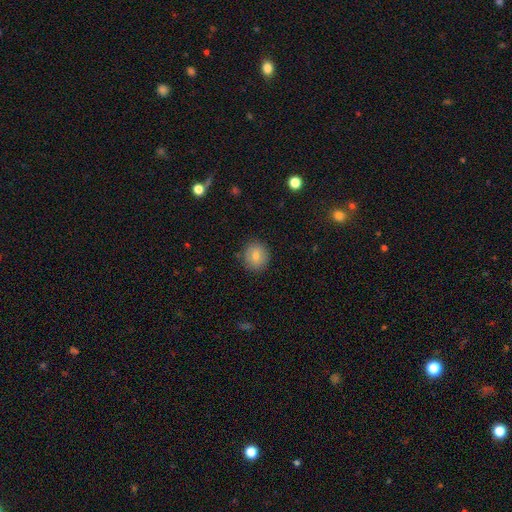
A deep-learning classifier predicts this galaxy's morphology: A smooth galaxy with no disk features (75%) that is round (87%).

Vote fractions:
- Smooth or featured? smooth: 75% / featured or disk: 14% / star or artifact: 11%
- How rounded? round: 87% / in between: 12% / cigar-shaped: 1%
- Merging? none: 88% / minor disturbance: 8% / major disturbance: 2% / merger: 1%